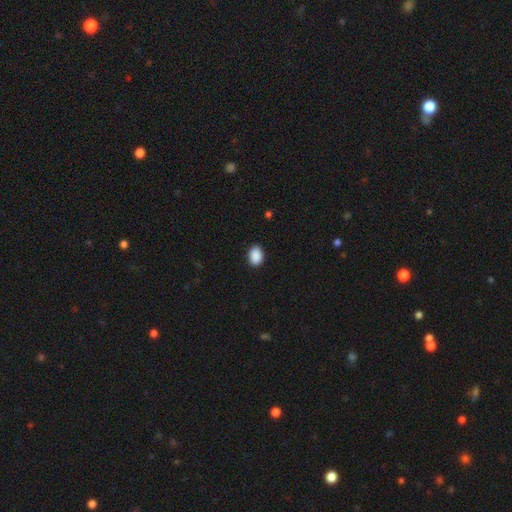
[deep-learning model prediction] Q: Smooth or featured?
A: smooth (90%); runner-up: star or artifact (7%)
Q: How rounded?
A: in between (79%); runner-up: round (20%)
Q: Merging?
A: none (89%); runner-up: minor disturbance (8%)